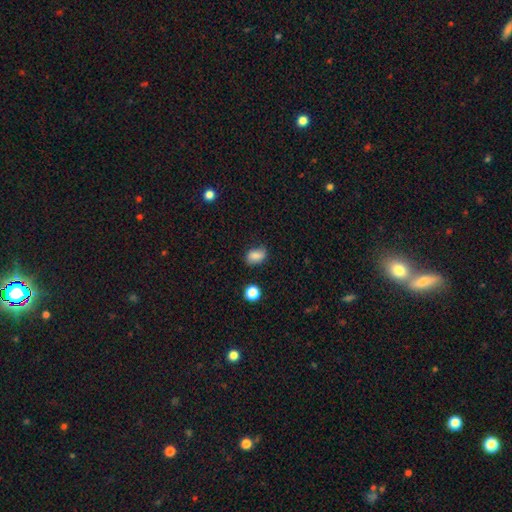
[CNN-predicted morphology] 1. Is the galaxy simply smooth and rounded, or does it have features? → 81% smooth, 10% star or artifact, 9% featured or disk.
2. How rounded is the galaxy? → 81% in between, 17% round, 2% cigar-shaped.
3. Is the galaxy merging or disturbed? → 74% none, 20% minor disturbance, 4% major disturbance, 2% merger.